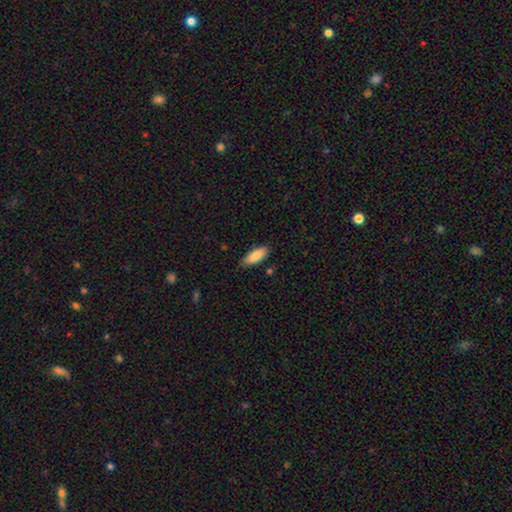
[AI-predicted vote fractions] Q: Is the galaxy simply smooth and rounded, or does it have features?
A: smooth — 88%.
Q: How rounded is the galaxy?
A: in between — 78%.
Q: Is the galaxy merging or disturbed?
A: none — 80%.